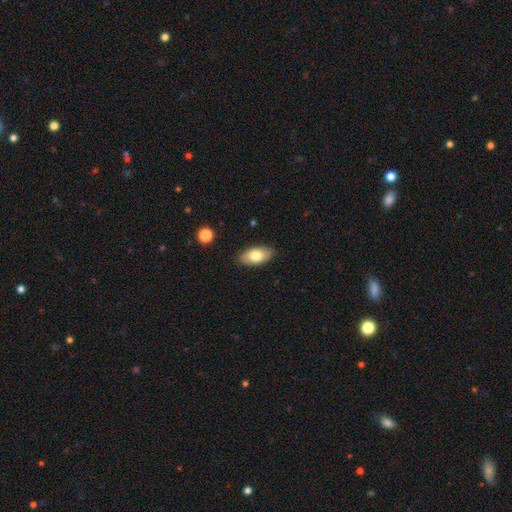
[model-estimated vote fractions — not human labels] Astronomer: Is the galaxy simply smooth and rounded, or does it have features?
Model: smooth — 78%.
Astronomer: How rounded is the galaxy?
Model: in between — 92%.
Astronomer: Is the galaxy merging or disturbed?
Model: none — 87%.